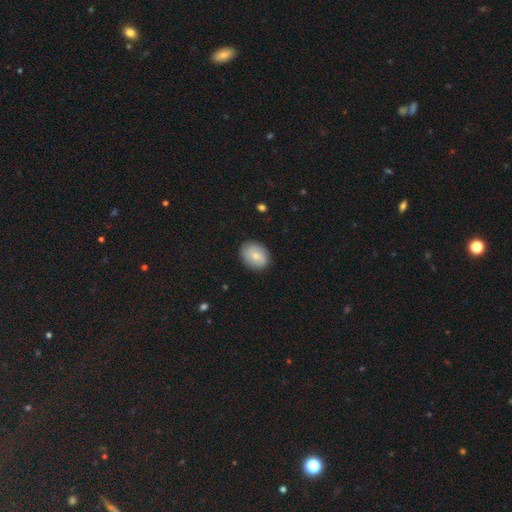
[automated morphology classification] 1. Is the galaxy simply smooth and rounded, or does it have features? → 77% smooth, 17% featured or disk, 7% star or artifact.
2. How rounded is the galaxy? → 60% in between, 39% round, 1% cigar-shaped.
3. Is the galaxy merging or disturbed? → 86% none, 10% minor disturbance, 2% major disturbance, 1% merger.